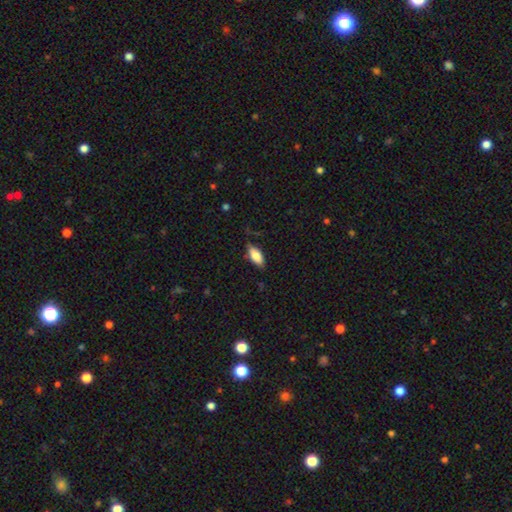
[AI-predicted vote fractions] smooth 80%, featured or disk 14%, star or artifact 7%. Down the decision tree: how rounded — in between (85%); merging — none (75%).